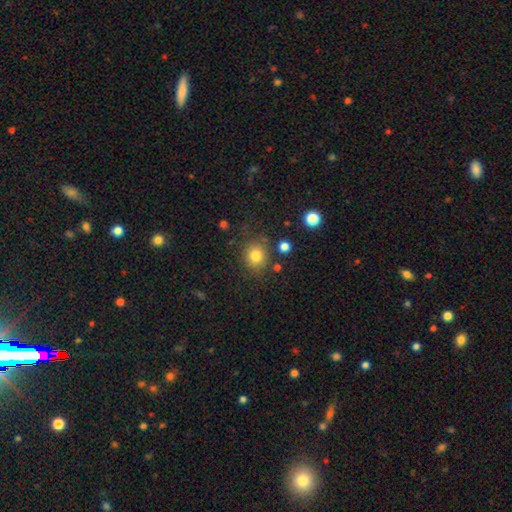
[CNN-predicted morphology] Smooth or featured? Predicted: smooth (p=0.81). How rounded? Predicted: round (p=0.78). Merging? Predicted: none (p=0.80).